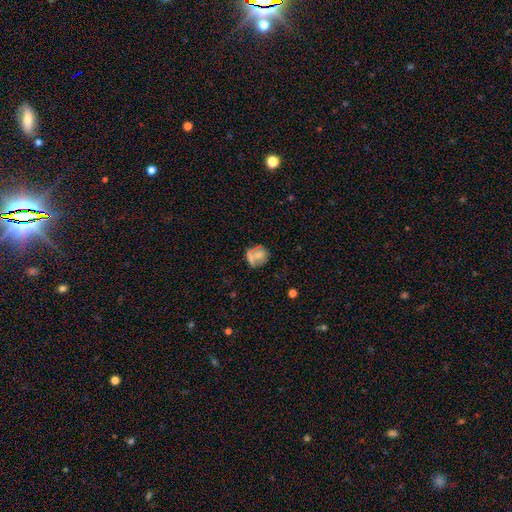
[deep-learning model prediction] Smooth or featured?
  - smooth: 59% *
  - featured or disk: 30%
  - star or artifact: 11%
How rounded?
  - round: 81% *
  - in between: 18%
  - cigar-shaped: 1%
Merging?
  - none: 56% *
  - minor disturbance: 22%
  - merger: 12%
  - major disturbance: 11%